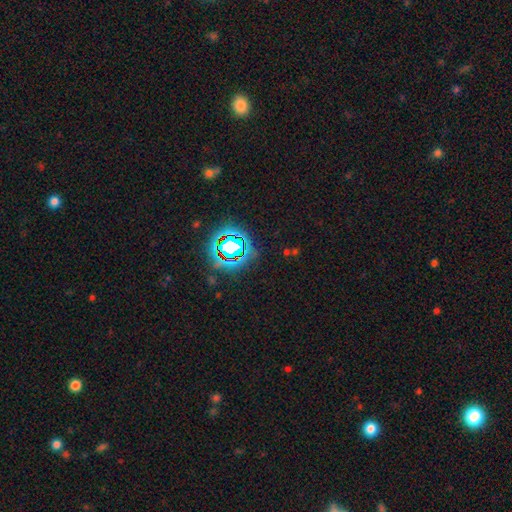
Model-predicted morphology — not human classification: smooth_or_featured: star or artifact (p=0.79) [alt: smooth p=0.12]